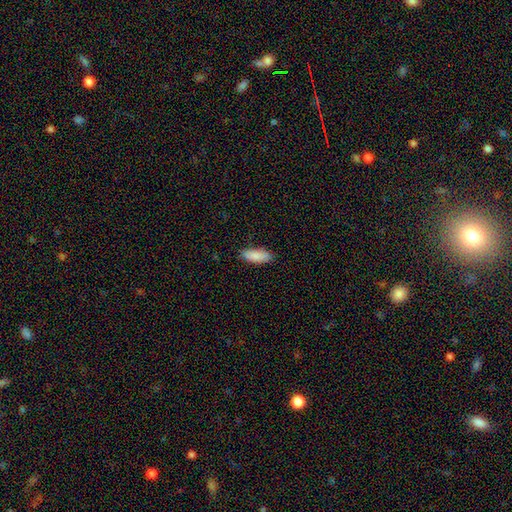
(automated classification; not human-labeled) Overall: smooth (89%). How rounded: in between (73%). Merging: none (87%).